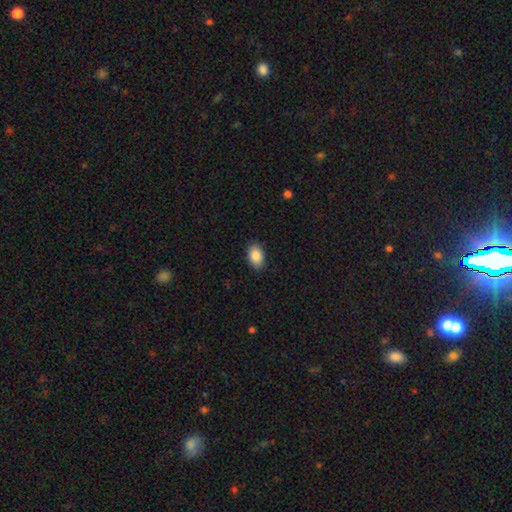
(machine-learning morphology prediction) Smooth or featured? smooth (88%)
How rounded? in between (89%)
Merging? none (88%)